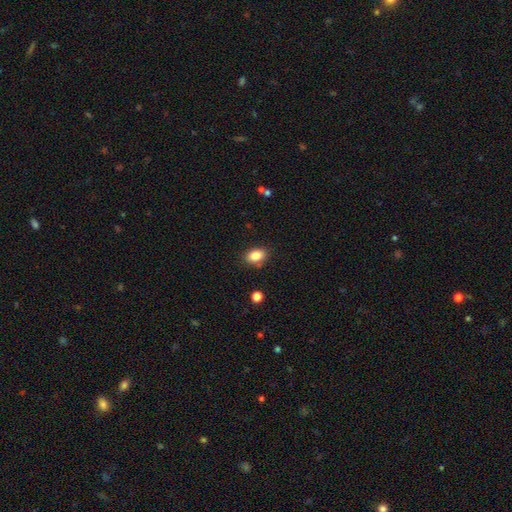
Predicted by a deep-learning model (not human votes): A smooth galaxy with no disk features (85%) that is in between round and cigar-shaped (81%). Merging: none (82%).